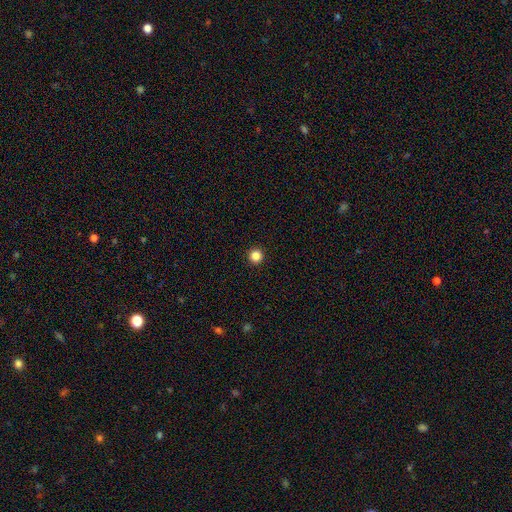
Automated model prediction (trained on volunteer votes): Smooth or featured? smooth (85%)
How rounded? round (96%)
Merging? none (94%)